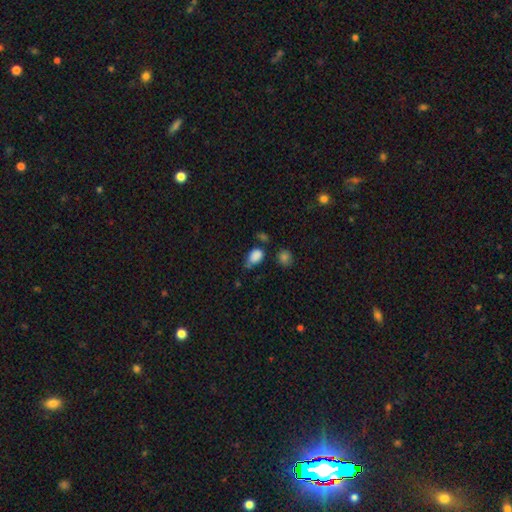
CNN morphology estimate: A smooth galaxy with no disk features (84%) that is in between round and cigar-shaped (80%). Merging: none (45%).